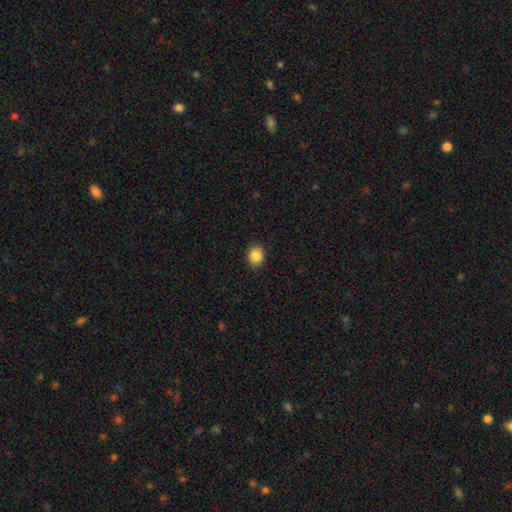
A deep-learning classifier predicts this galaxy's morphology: The model was most divided on "how rounded": round: 62%, in between: 37%, cigar-shaped: 1%. More confident: merging — none (87%); smooth or featured — smooth (87%).